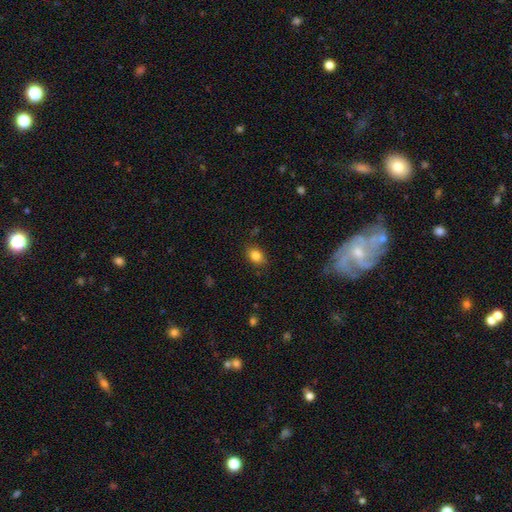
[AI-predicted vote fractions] The model was most divided on "how rounded": in between: 73%, round: 26%, cigar-shaped: 1%. More confident: smooth or featured — smooth (84%); merging — none (84%).